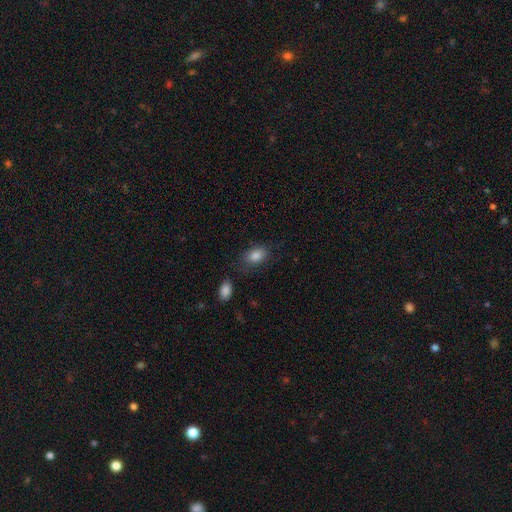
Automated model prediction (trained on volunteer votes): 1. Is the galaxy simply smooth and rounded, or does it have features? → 85% smooth, 8% star or artifact, 7% featured or disk.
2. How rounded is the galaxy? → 87% in between, 11% round, 2% cigar-shaped.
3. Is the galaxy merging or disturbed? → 72% none, 18% minor disturbance, 6% major disturbance, 4% merger.